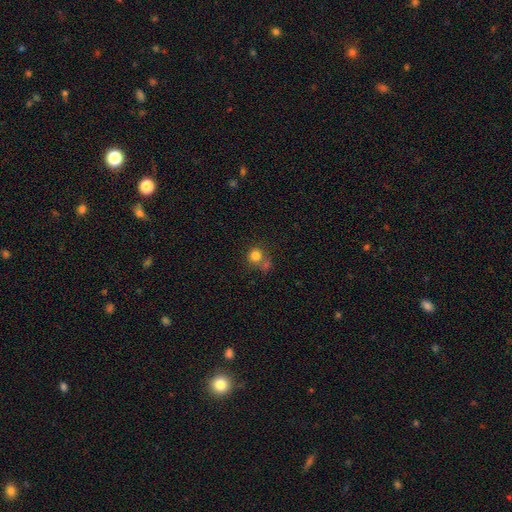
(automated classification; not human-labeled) A smooth galaxy with no disk features (81%) that is round (87%).

Vote fractions:
- Smooth or featured? smooth: 81% / star or artifact: 12% / featured or disk: 7%
- How rounded? round: 87% / in between: 12% / cigar-shaped: 1%
- Merging? none: 55% / merger: 26% / minor disturbance: 12% / major disturbance: 6%